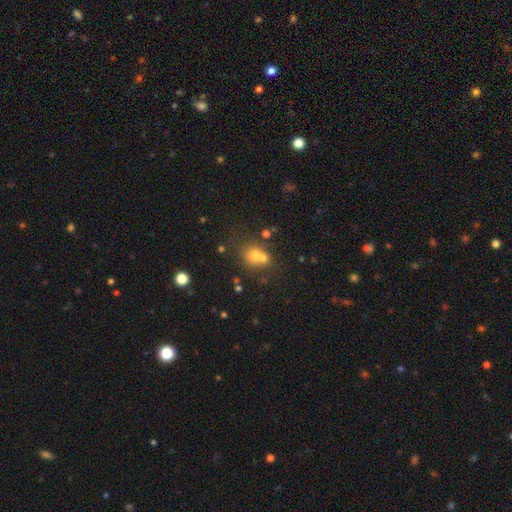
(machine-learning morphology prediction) A smooth galaxy with no disk features (63%) that is round (76%). Merging: merger (48%).